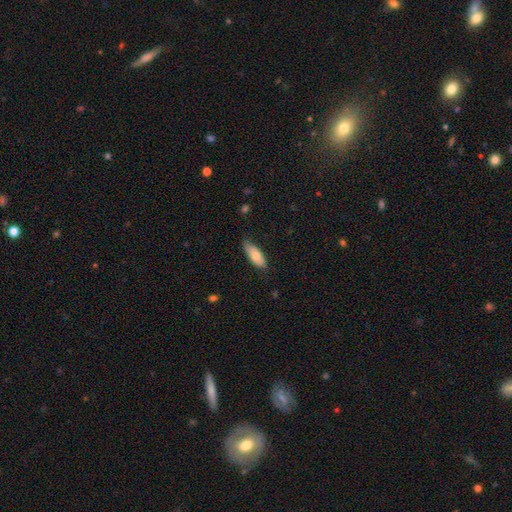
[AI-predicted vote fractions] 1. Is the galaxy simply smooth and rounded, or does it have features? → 72% smooth, 22% featured or disk, 6% star or artifact.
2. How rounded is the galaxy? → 75% in between, 23% cigar-shaped, 2% round.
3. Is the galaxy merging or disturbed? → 70% none, 25% minor disturbance, 4% major disturbance, 1% merger.